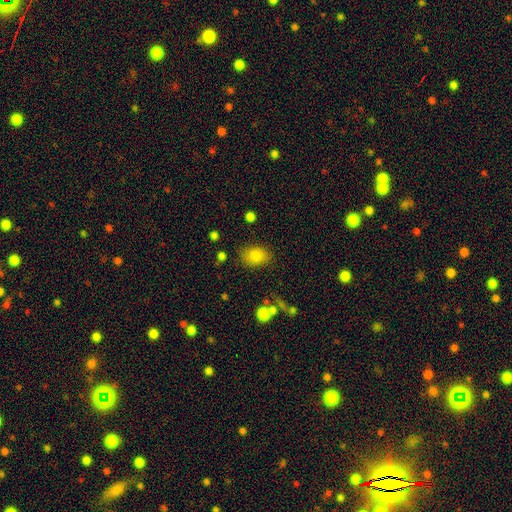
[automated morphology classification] Overall: smooth (82%). How rounded: in between (74%). Merging: none (80%).